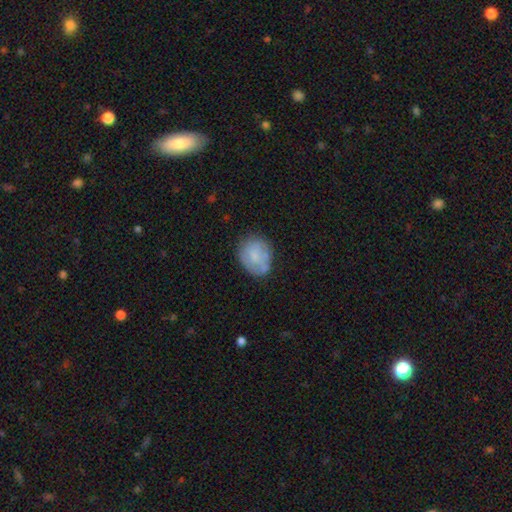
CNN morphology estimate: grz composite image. It shows a smooth galaxy with no disk features (65%) that is round (63%). Merging: none (61%).